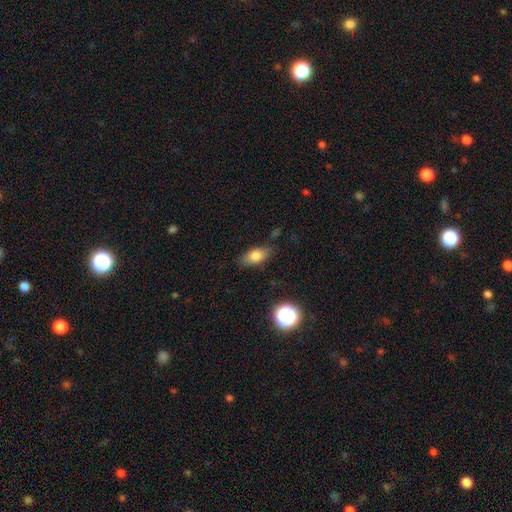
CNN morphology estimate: smooth 77%, featured or disk 14%, star or artifact 9%. Down the decision tree: how rounded — in between (82%); merging — none (82%).